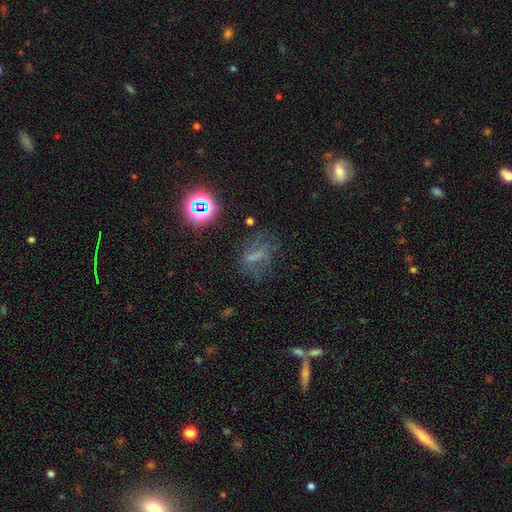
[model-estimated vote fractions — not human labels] smooth_or_featured: smooth (p=0.35) [alt: star or artifact p=0.33]
merging: none (p=0.54) [alt: major disturbance p=0.21]